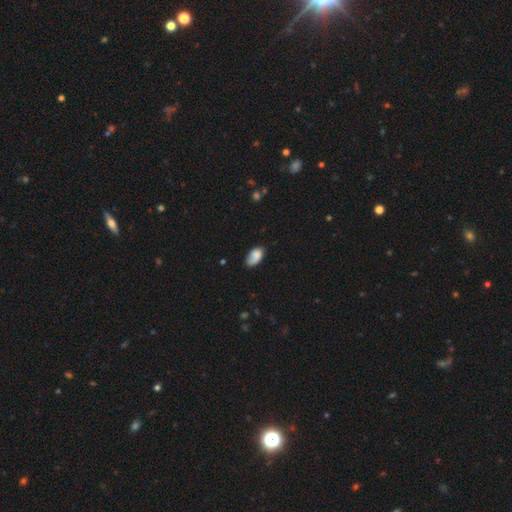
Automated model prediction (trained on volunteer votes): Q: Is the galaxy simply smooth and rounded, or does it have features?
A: smooth — 75%.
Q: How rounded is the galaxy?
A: in between — 92%.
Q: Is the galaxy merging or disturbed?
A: none — 54%.